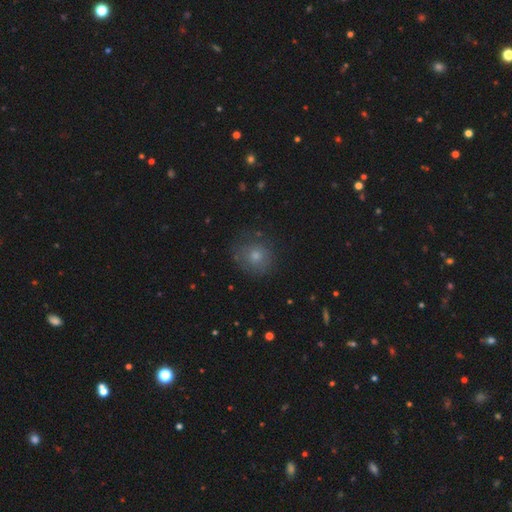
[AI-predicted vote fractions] smooth 63%, star or artifact 19%, featured or disk 18%. Down the decision tree: how rounded — round (84%); merging — none (75%).